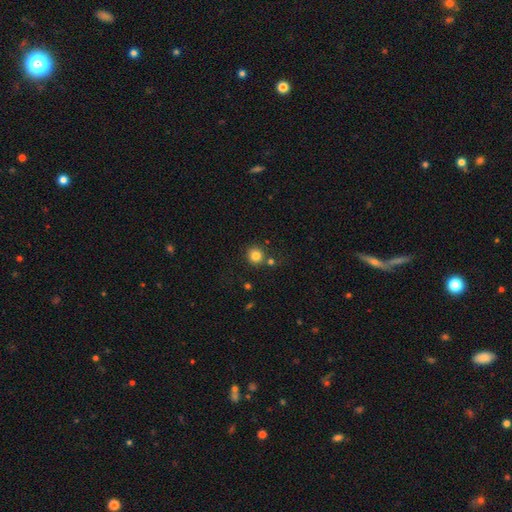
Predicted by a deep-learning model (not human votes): smooth 82%, star or artifact 12%, featured or disk 6%. Down the decision tree: how rounded — round (91%); merging — none (77%).